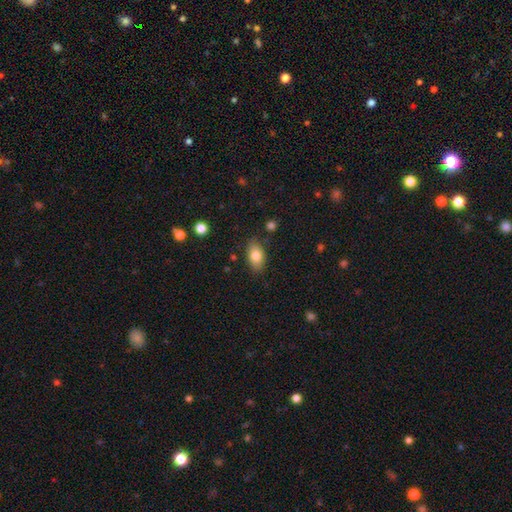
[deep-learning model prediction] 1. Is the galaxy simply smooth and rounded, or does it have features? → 81% smooth, 11% featured or disk, 8% star or artifact.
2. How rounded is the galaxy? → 89% in between, 8% round, 3% cigar-shaped.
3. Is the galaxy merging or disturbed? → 83% none, 13% minor disturbance, 3% major disturbance, 2% merger.